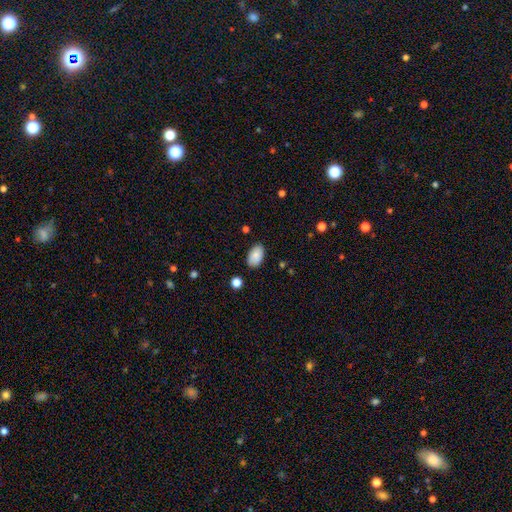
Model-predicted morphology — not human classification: This is clearly a smooth galaxy (88%). How rounded: clearly in between (94%). Merging: clearly none (86%).